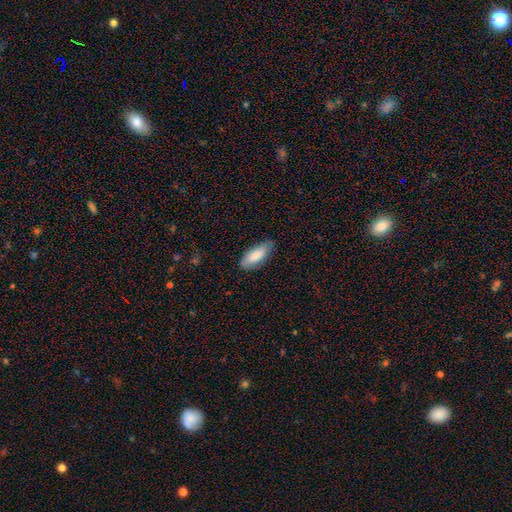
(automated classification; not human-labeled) Smooth or featured?
  - smooth: 81% *
  - featured or disk: 13%
  - star or artifact: 6%
How rounded?
  - in between: 77% *
  - cigar-shaped: 22%
  - round: 2%
Merging?
  - none: 78% *
  - minor disturbance: 18%
  - major disturbance: 3%
  - merger: 1%